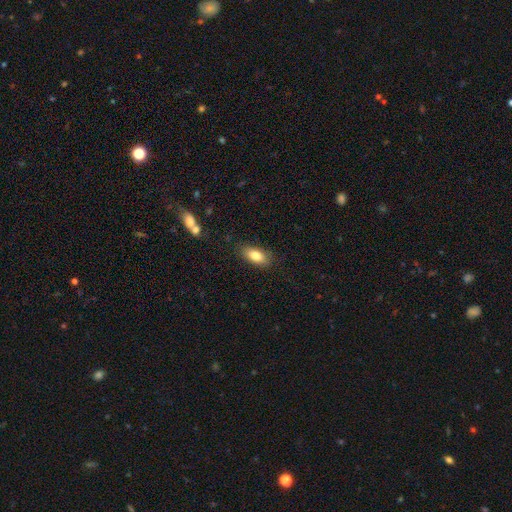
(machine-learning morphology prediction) smooth-or-featured: smooth: 81% | featured or disk: 12% | star or artifact: 7%
  how-rounded: in between: 84% | cigar-shaped: 11% | round: 4%
  merging: none: 84% | minor disturbance: 12% | major disturbance: 3% | merger: 2%